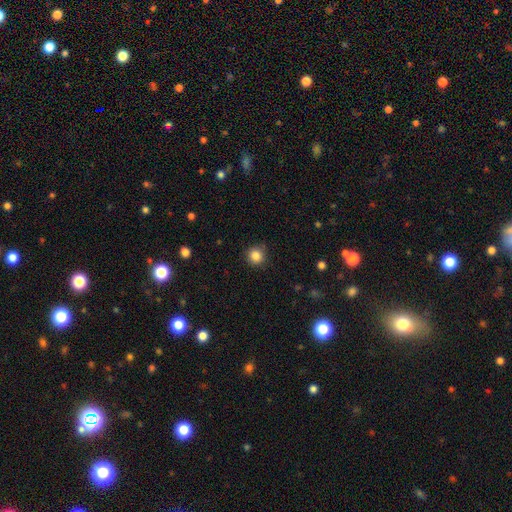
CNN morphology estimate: smooth-or-featured: smooth: 85% | star or artifact: 11% | featured or disk: 4%
  how-rounded: round: 94% | in between: 6% | cigar-shaped: 1%
  merging: none: 87% | minor disturbance: 10% | major disturbance: 2% | merger: 1%